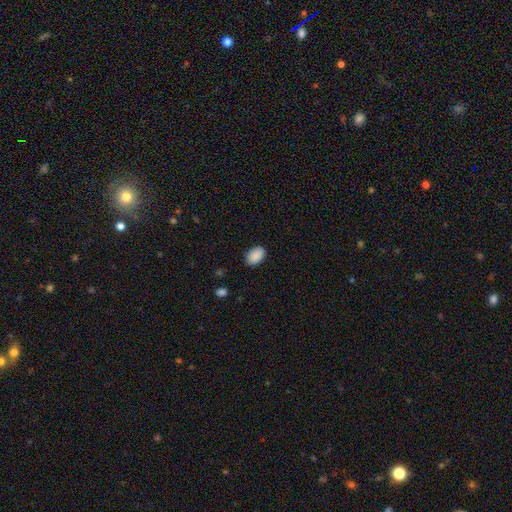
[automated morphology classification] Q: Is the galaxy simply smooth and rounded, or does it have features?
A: smooth — 90%.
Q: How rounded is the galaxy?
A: in between — 88%.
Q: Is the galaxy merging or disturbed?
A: none — 85%.